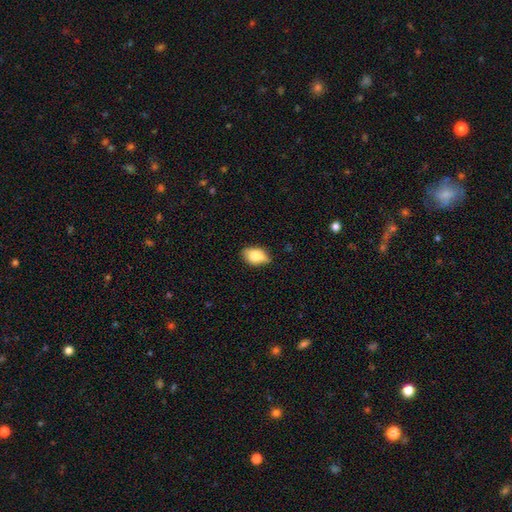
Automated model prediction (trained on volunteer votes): Morphology: type=smooth (69%); roundness=in between (84%); merging=none (72%).